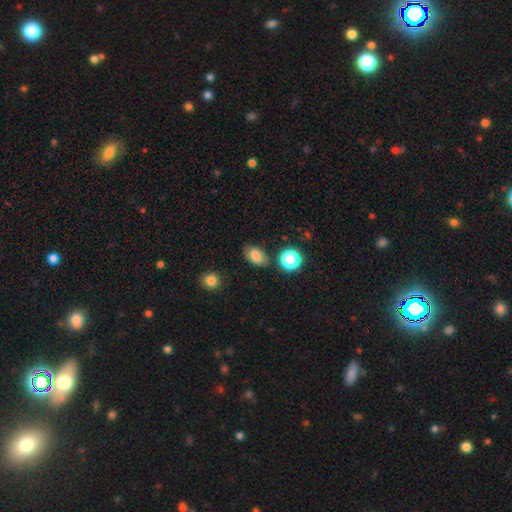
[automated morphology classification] Q: Smooth or featured?
A: smooth (77%); runner-up: star or artifact (13%)
Q: How rounded?
A: in between (85%); runner-up: round (13%)
Q: Merging?
A: none (78%); runner-up: minor disturbance (15%)